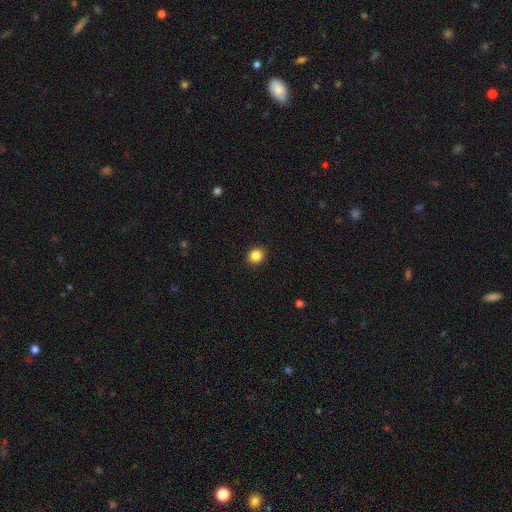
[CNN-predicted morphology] type=smooth (86%); roundness=round (79%); merging=none (92%).